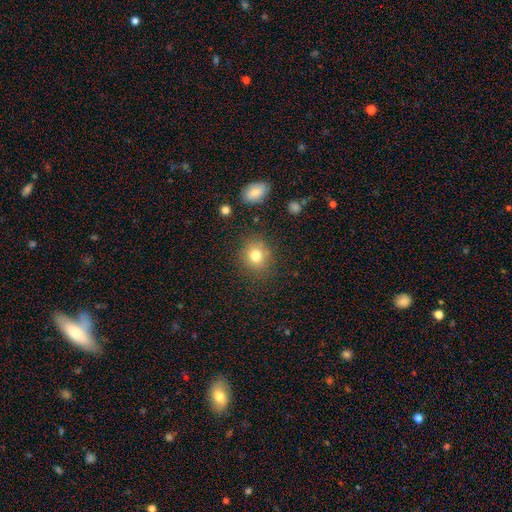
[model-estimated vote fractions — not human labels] smooth_or_featured: smooth (p=0.79) [alt: star or artifact p=0.13]
how_rounded: round (p=0.78) [alt: in between p=0.21]
merging: none (p=0.84) [alt: minor disturbance p=0.10]